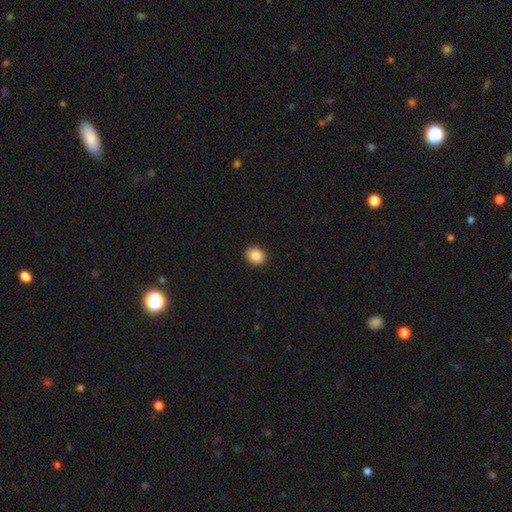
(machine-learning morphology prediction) A smooth galaxy with no disk features (88%) that is round (52%).

Vote fractions:
- Smooth or featured? smooth: 88% / star or artifact: 9% / featured or disk: 3%
- How rounded? round: 52% / in between: 47% / cigar-shaped: 1%
- Merging? none: 91% / minor disturbance: 6% / major disturbance: 2% / merger: 1%